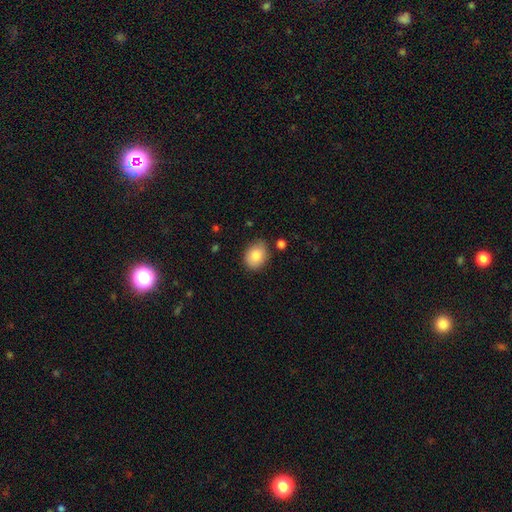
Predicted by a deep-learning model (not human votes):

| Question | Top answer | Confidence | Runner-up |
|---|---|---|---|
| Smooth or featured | smooth | 85% | featured or disk (8%) |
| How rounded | in between | 60% | round (39%) |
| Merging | none | 77% | minor disturbance (17%) |